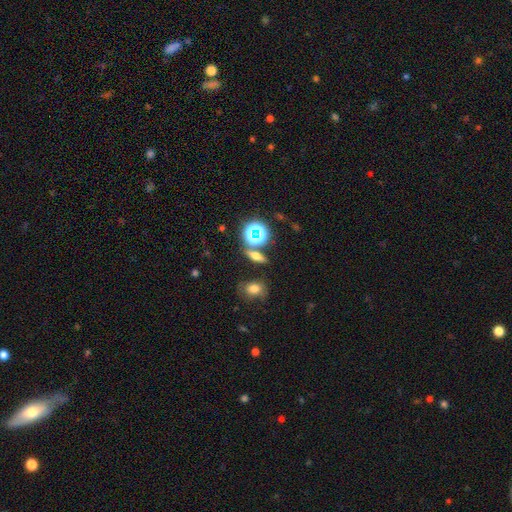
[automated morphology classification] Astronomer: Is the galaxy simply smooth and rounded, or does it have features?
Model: smooth — 42% (runner-up: star or artifact, 36%).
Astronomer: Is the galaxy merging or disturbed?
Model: none — 75%.